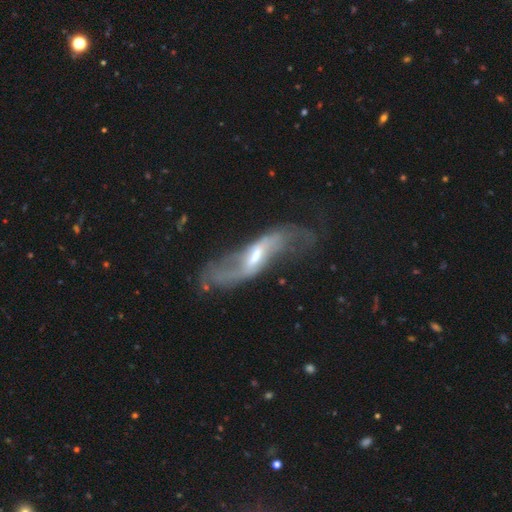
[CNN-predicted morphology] type=featured or disk (75%); edge-on=no (77%); bar=strong (46%); spiral arms=yes (76%); bulge=moderate (50%); merging=none (45%).